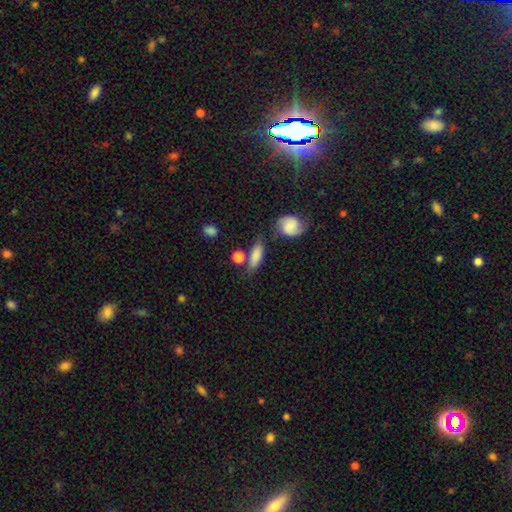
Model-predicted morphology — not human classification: type=smooth (78%); roundness=in between (59%); merging=none (62%).